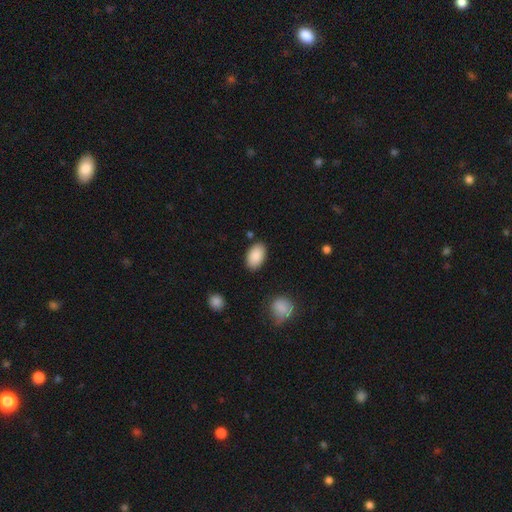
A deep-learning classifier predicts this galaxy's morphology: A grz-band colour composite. It shows a smooth galaxy with no disk features (89%) that is in between round and cigar-shaped (93%). Merging: none (85%).